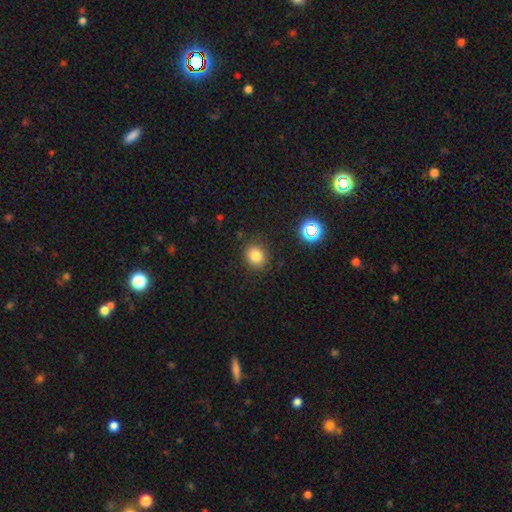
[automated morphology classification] The model was most divided on "how rounded": round: 77%, in between: 22%, cigar-shaped: 1%. More confident: merging — none (88%); smooth or featured — smooth (80%).